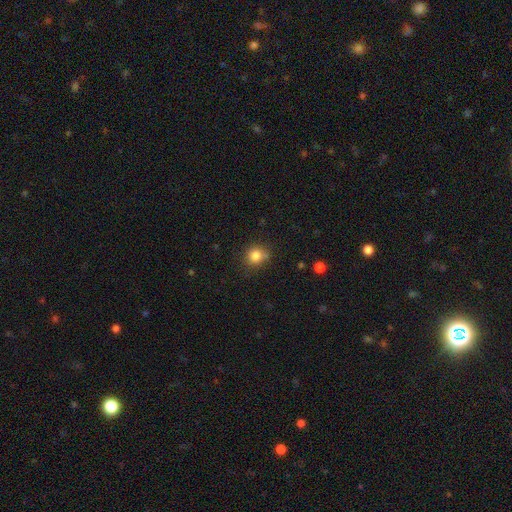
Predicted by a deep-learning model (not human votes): smooth_or_featured: smooth (p=0.83) [alt: star or artifact p=0.12]
how_rounded: round (p=0.85) [alt: in between p=0.14]
merging: none (p=0.71) [alt: minor disturbance p=0.19]